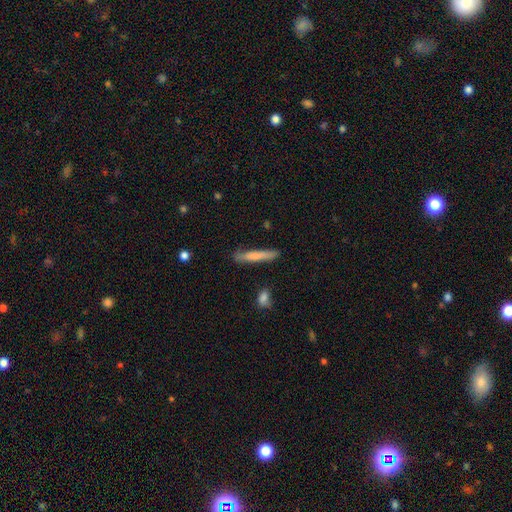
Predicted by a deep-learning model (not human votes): smooth_or_featured: smooth (p=0.74) [alt: featured or disk p=0.20]
how_rounded: cigar-shaped (p=0.93) [alt: in between p=0.06]
merging: none (p=0.79) [alt: minor disturbance p=0.16]